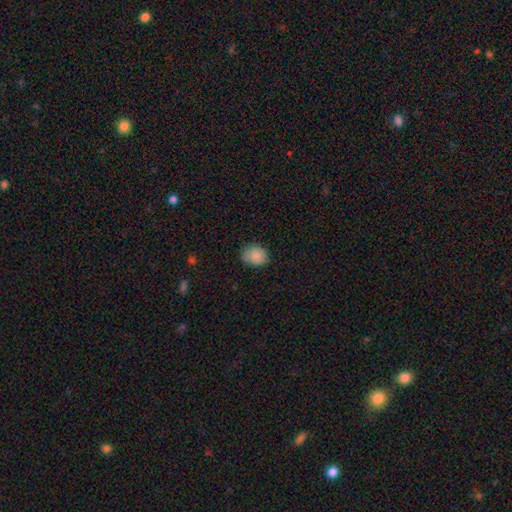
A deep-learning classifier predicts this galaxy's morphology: This is clearly a smooth galaxy (87%). How rounded: possibly round (50%). Merging: likely none (78%).